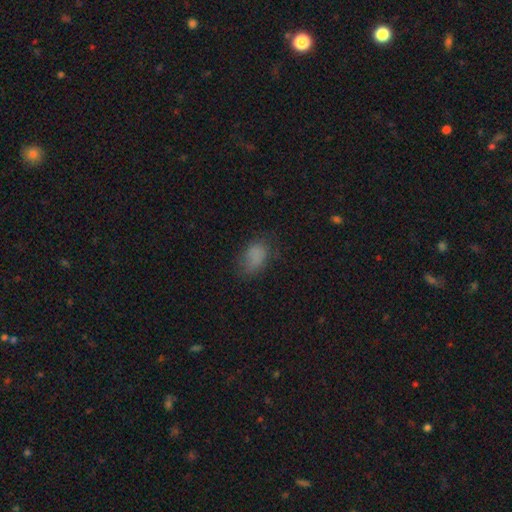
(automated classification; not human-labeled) Smooth or featured? Predicted: smooth (p=0.79). How rounded? Predicted: in between (p=0.84). Merging? Predicted: none (p=0.59).